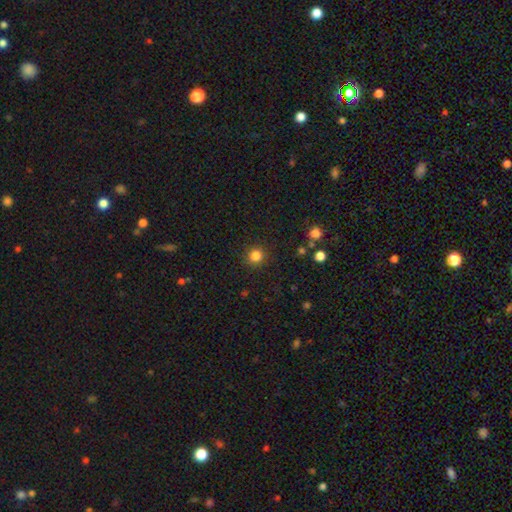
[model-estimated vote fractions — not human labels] This is clearly a smooth galaxy (83%). How rounded: clearly round (92%). Merging: clearly none (90%).